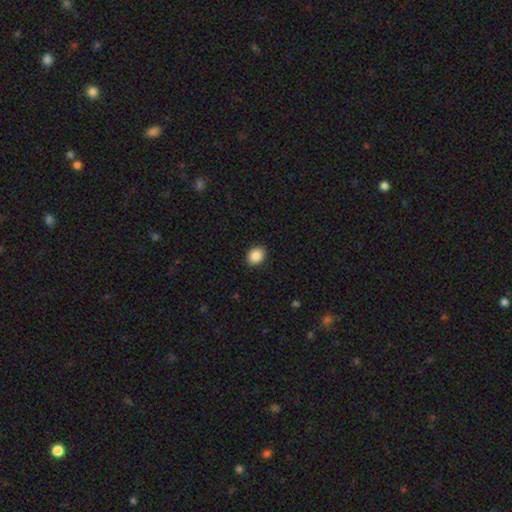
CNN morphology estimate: This is clearly a smooth galaxy (88%). How rounded: possibly round (51%). Merging: clearly none (91%).